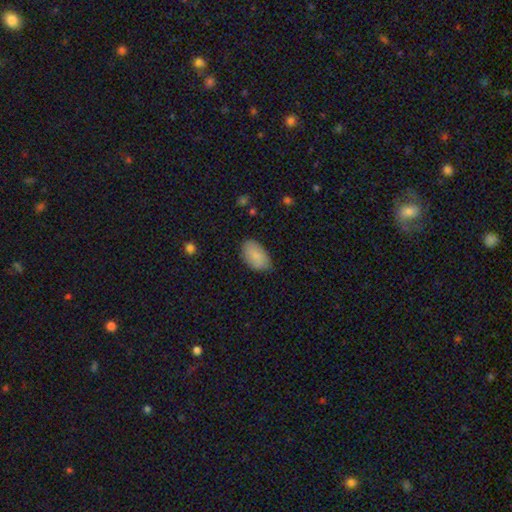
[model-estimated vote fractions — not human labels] Smooth or featured?
  - smooth: 86% *
  - featured or disk: 8%
  - star or artifact: 6%
How rounded?
  - in between: 94% *
  - round: 4%
  - cigar-shaped: 2%
Merging?
  - none: 78% *
  - minor disturbance: 18%
  - major disturbance: 3%
  - merger: 1%